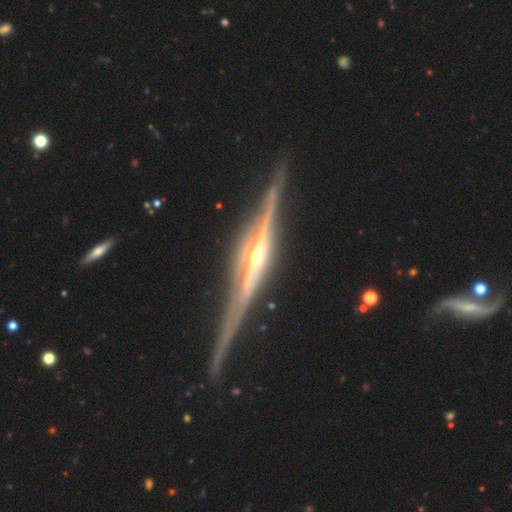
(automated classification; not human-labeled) Morphology: type=featured or disk (92%); edge-on=yes (98%); edge-on bulge=rounded (75%); merging=none (86%).